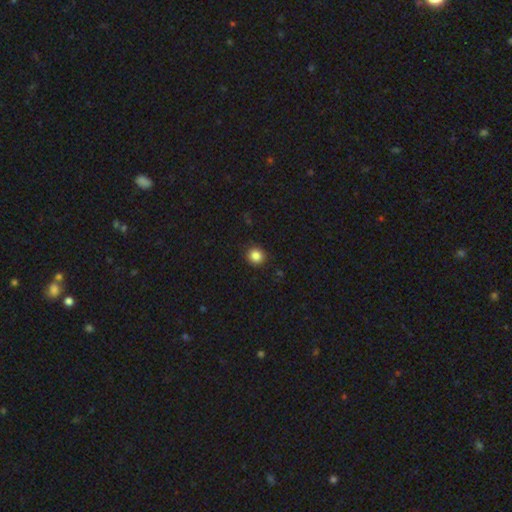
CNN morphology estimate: Smooth or featured? smooth (86%)
How rounded? round (90%)
Merging? none (91%)